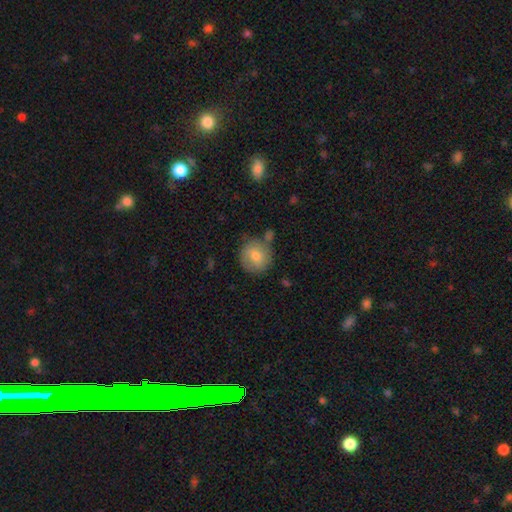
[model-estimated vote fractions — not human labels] smooth 71%, featured or disk 21%, star or artifact 8%. Down the decision tree: how rounded — round (85%); merging — none (70%).